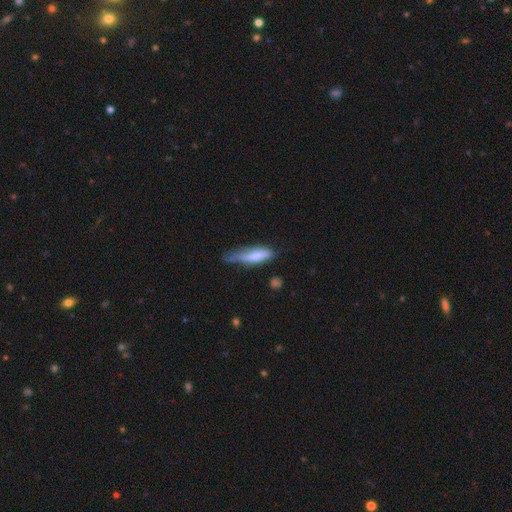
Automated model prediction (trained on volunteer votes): Morphology: type=smooth (71%); roundness=cigar-shaped (64%); merging=minor disturbance (41%).